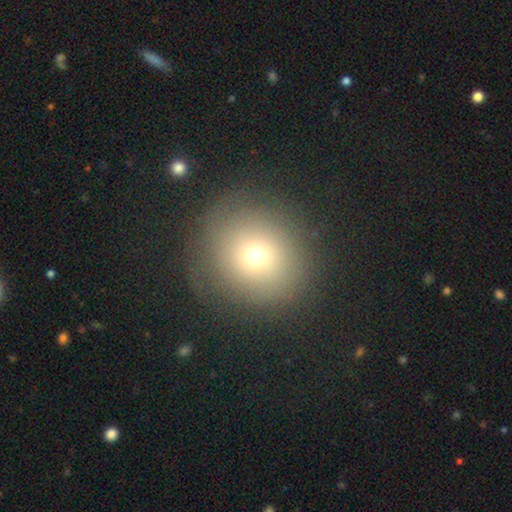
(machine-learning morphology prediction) type=smooth (69%); roundness=round (87%); merging=none (84%).